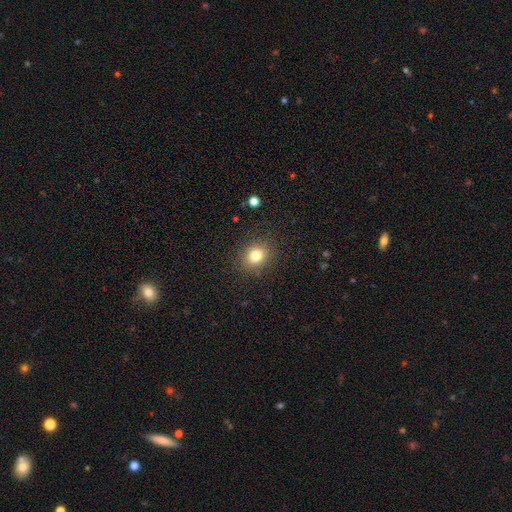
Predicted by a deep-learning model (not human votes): smooth 80%, star or artifact 12%, featured or disk 8%. Down the decision tree: how rounded — round (66%); merging — none (88%).